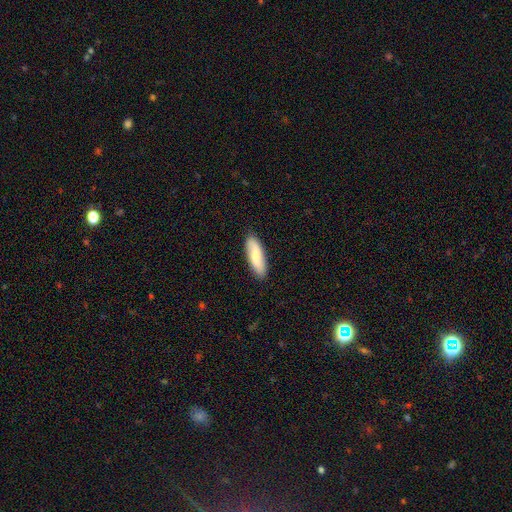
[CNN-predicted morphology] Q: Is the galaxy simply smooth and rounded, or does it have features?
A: smooth — 62%.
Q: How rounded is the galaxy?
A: in between — 51%.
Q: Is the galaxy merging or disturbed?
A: none — 87%.